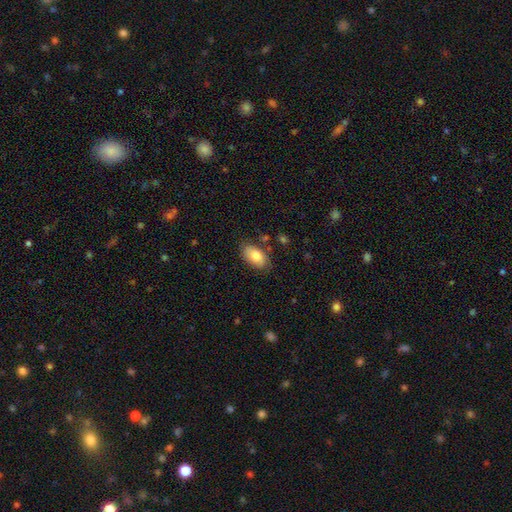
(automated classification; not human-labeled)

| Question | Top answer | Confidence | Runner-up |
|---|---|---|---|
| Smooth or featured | smooth | 79% | featured or disk (15%) |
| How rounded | in between | 93% | round (5%) |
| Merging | none | 79% | minor disturbance (15%) |